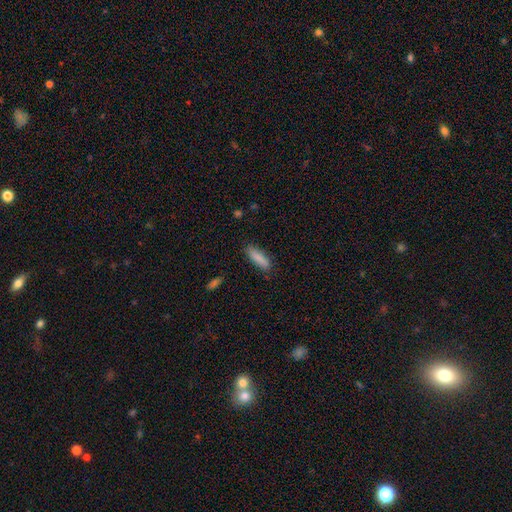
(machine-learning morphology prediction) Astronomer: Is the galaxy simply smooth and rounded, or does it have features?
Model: smooth — 86%.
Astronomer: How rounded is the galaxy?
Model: cigar-shaped — 62%.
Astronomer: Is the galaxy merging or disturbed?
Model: none — 85%.